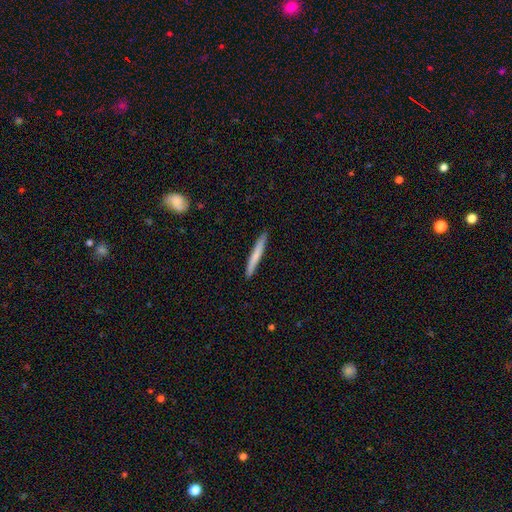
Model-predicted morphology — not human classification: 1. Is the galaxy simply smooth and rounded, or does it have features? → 70% smooth, 25% featured or disk, 5% star or artifact.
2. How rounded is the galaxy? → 97% cigar-shaped, 2% in between, 1% round.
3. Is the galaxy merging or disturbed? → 90% none, 7% minor disturbance, 1% major disturbance, 1% merger.